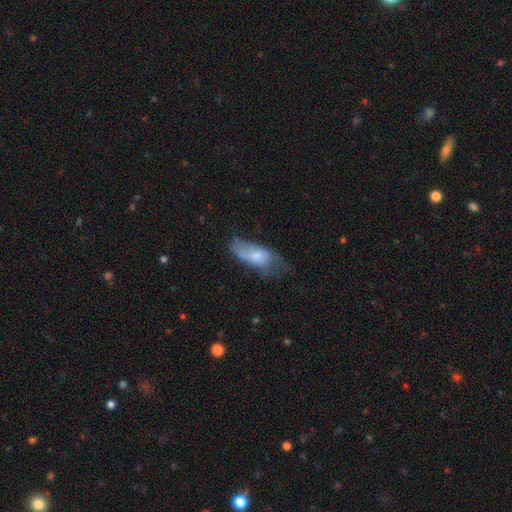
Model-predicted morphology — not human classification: Smooth or featured? smooth (62%)
How rounded? in between (78%)
Merging? none (35%)